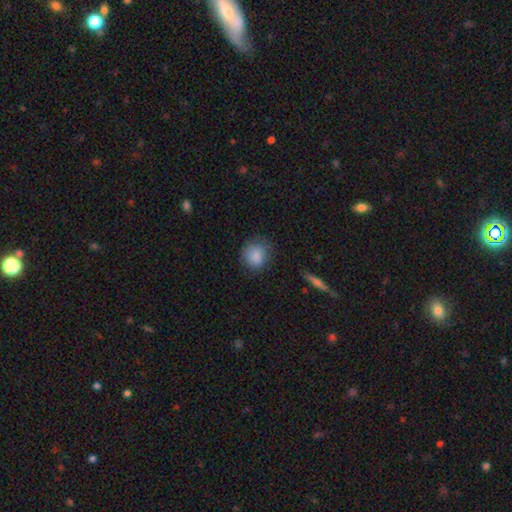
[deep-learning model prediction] Smooth or featured: smooth — 86% (star or artifact — 8%)
How rounded: round — 77% (in between — 22%)
Merging: none — 73% (minor disturbance — 20%)